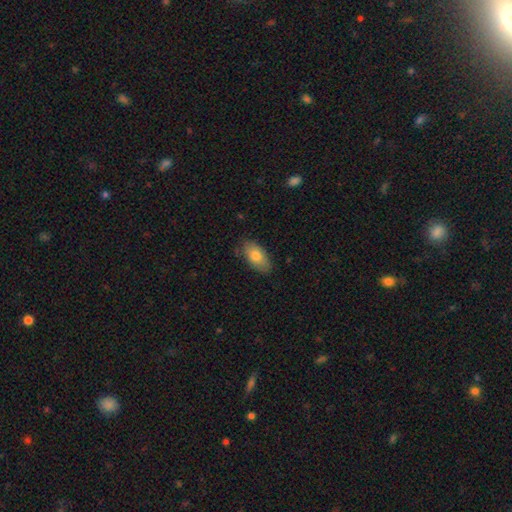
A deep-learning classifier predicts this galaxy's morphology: Overall: smooth (79%). How rounded: in between (93%). Merging: none (79%).